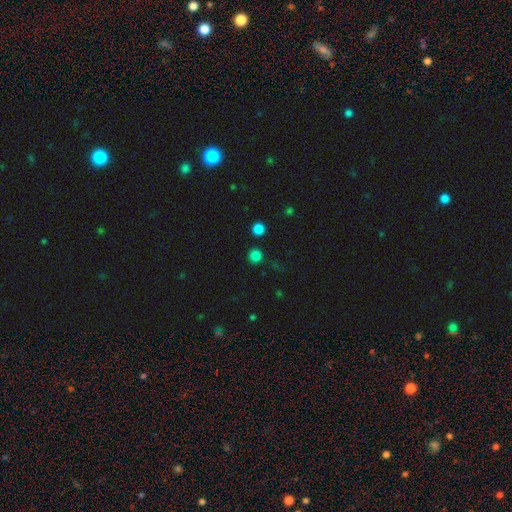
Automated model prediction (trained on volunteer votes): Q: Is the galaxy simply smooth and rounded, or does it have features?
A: smooth — 81%.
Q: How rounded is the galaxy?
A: round — 94%.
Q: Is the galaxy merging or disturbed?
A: none — 88%.